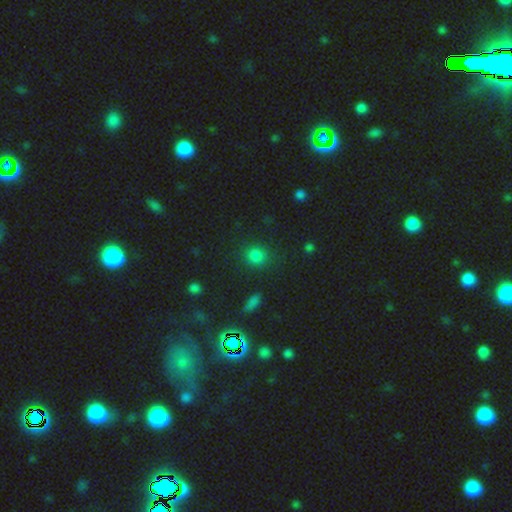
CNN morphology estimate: This is likely a smooth galaxy (79%). How rounded: clearly round (85%). Merging: clearly none (85%).